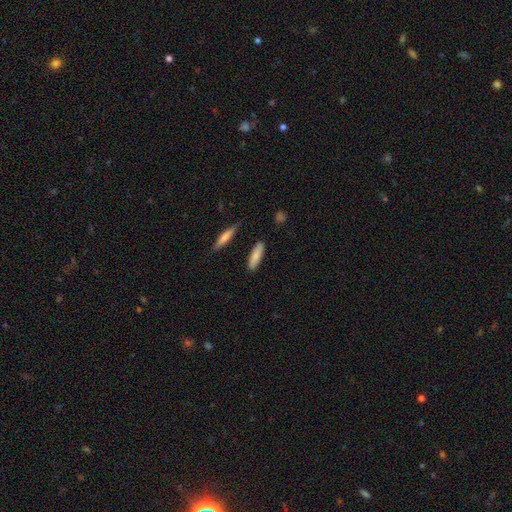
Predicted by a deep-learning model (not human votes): This is clearly a smooth galaxy (82%). How rounded: possibly cigar-shaped (57%). Merging: clearly none (85%).